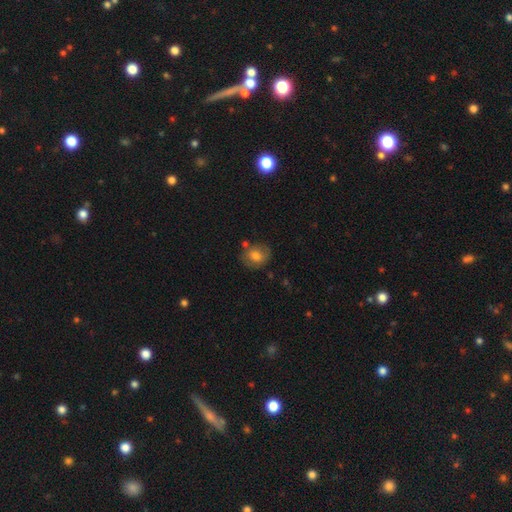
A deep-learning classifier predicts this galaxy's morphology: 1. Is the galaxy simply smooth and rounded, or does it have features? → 73% smooth, 18% featured or disk, 9% star or artifact.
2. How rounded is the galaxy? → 66% round, 33% in between, 1% cigar-shaped.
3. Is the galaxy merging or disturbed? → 69% none, 18% minor disturbance, 8% merger, 5% major disturbance.